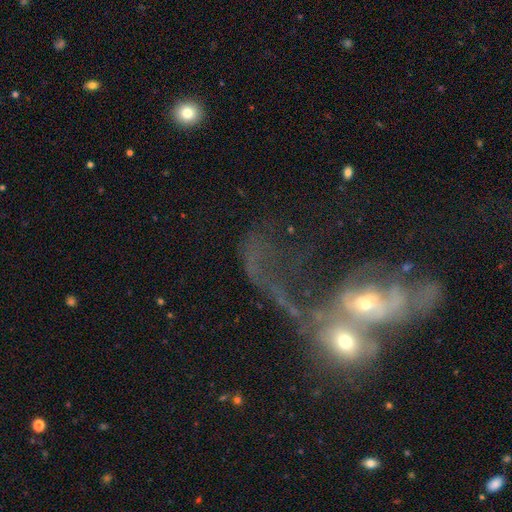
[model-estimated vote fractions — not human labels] Q: Smooth or featured?
A: featured or disk (56%); runner-up: smooth (28%)
Q: Edge-on disk?
A: no (92%); runner-up: yes (8%)
Q: Bar?
A: no (74%); runner-up: weak (18%)
Q: Spiral arms?
A: no (50%); tied with: yes (50%)
Q: Bulge size?
A: moderate (46%); runner-up: small (38%)
Q: Merging?
A: merger (72%); runner-up: major disturbance (17%)